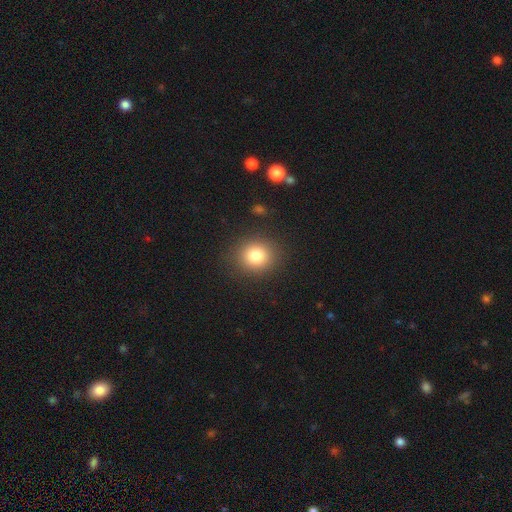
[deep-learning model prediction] Q: Smooth or featured?
A: smooth (81%); runner-up: star or artifact (12%)
Q: How rounded?
A: round (82%); runner-up: in between (17%)
Q: Merging?
A: none (89%); runner-up: minor disturbance (7%)